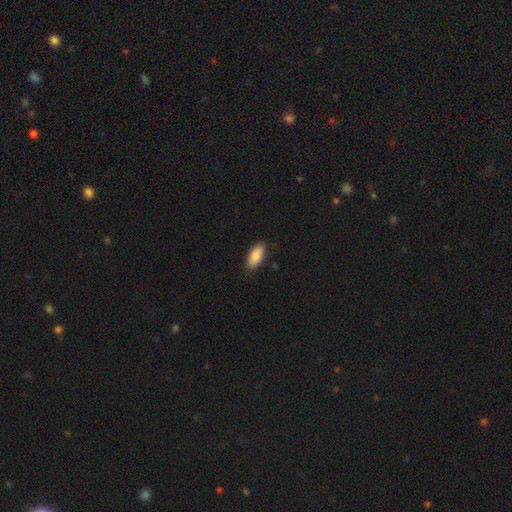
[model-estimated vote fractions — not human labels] Smooth or featured? Predicted: smooth (p=0.89). How rounded? Predicted: in between (p=0.88). Merging? Predicted: none (p=0.86).